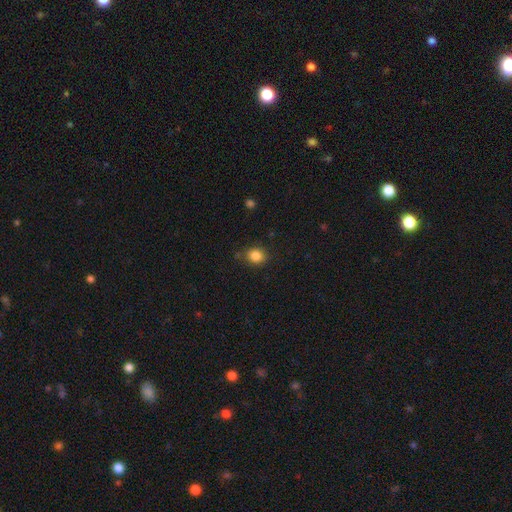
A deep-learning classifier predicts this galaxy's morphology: This is clearly a smooth galaxy (85%). How rounded: likely round (69%). Merging: likely none (79%).